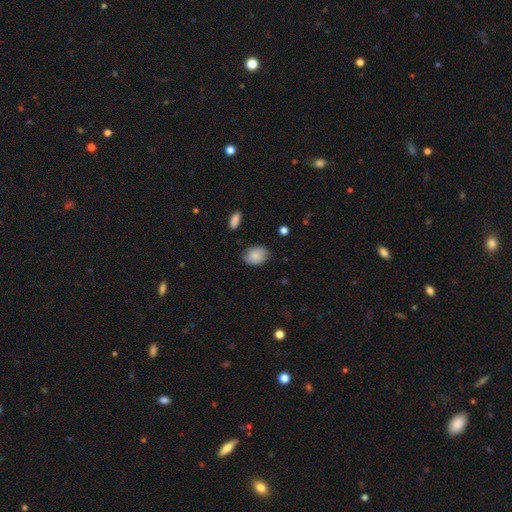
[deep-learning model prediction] Overall: smooth (81%). How rounded: in between (66%; round 33%). Merging: none (71%).